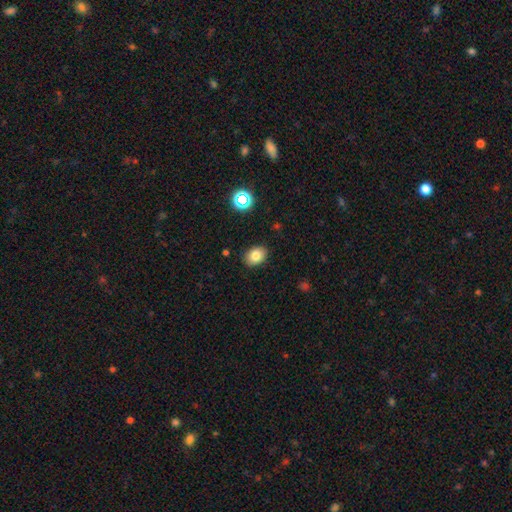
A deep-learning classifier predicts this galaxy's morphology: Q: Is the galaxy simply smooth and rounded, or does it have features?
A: smooth — 80%.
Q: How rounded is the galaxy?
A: in between — 68%.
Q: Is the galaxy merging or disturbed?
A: none — 88%.